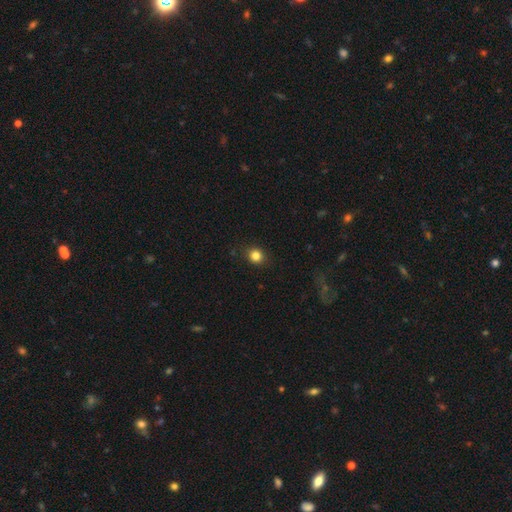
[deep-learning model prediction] Smooth or featured? Predicted: smooth (p=0.83). How rounded? Predicted: round (p=0.81). Merging? Predicted: none (p=0.89).